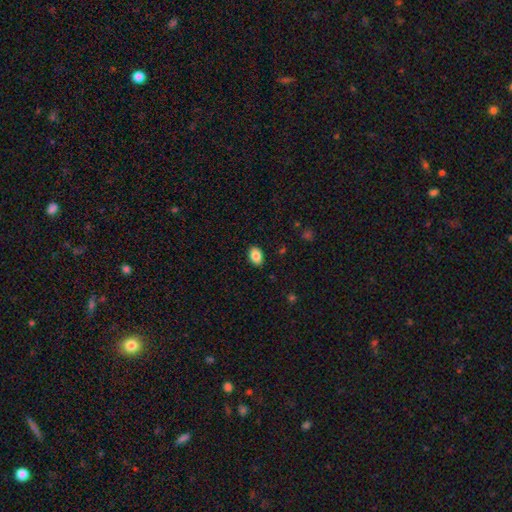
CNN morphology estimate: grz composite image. It shows a smooth galaxy with no disk features (87%) that is in between round and cigar-shaped (84%). Merging: none (88%).